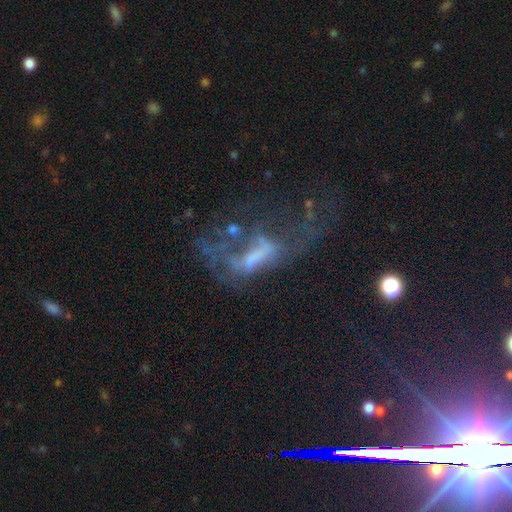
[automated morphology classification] A featured or disk galaxy (57%) with no bar (57%), no spiral arms (77%) and no central bulge (48%).

Vote fractions:
- Smooth or featured? featured or disk: 57% / smooth: 22% / star or artifact: 20%
- Edge-on disk? no: 90% / yes: 10%
- Bar? no: 57% / weak: 25% / strong: 18%
- Spiral arms? no: 77% / yes: 23%
- Bulge size? none: 48% / moderate: 22% / small: 21% / large: 7% / dominant: 2%
- Merging? major disturbance: 53% / none: 21% / merger: 14% / minor disturbance: 12%